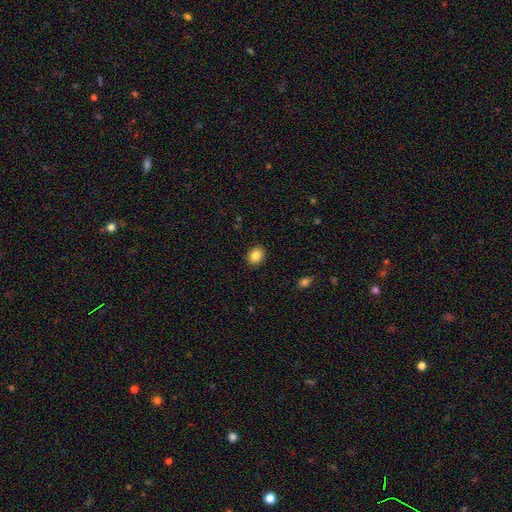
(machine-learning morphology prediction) A smooth galaxy with no disk features (86%) that is round (60%). Merging: none (91%).